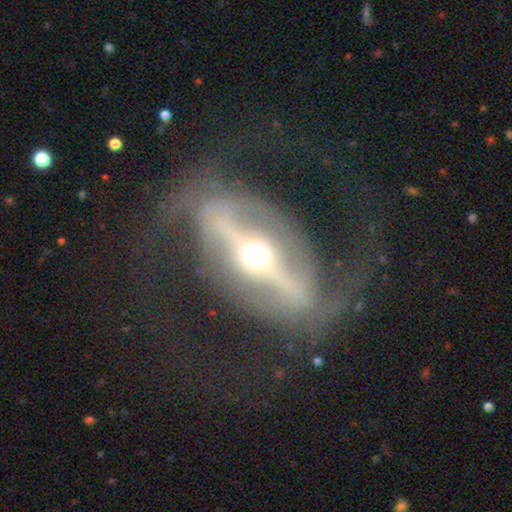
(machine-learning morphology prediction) This is clearly a featured or disk galaxy (86%). It is likely not viewed edge-on (73%). Bar: clearly strong (84%). Spiral arm pattern: possibly yes (54%). Central bulge: likely moderate (70%). Merging: likely none (64%).